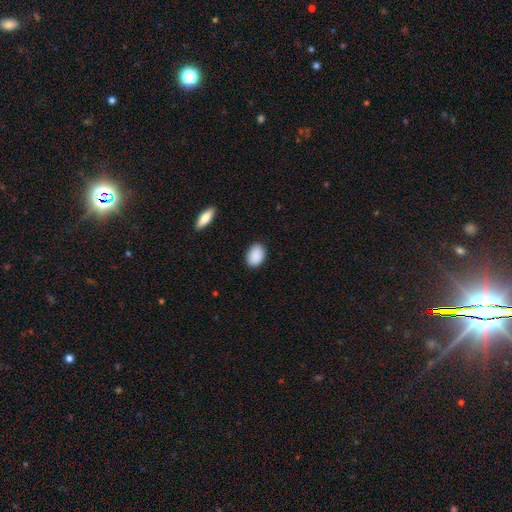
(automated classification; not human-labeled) Smooth or featured: smooth — 90% (star or artifact — 7%)
How rounded: in between — 82% (round — 17%)
Merging: none — 88% (minor disturbance — 9%)